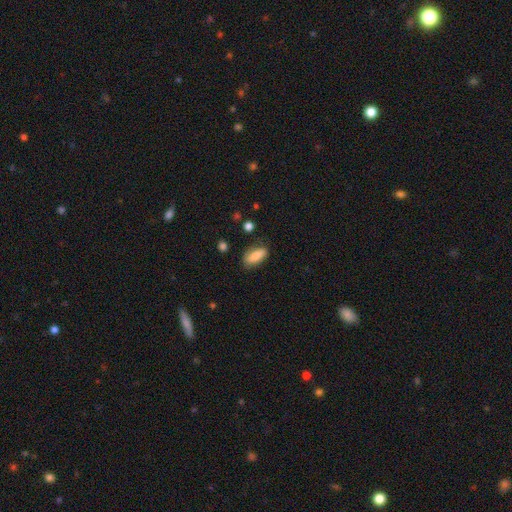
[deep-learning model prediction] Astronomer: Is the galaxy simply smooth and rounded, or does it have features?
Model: smooth — 78%.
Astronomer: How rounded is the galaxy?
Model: in between — 81%.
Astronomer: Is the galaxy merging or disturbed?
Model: none — 75%.